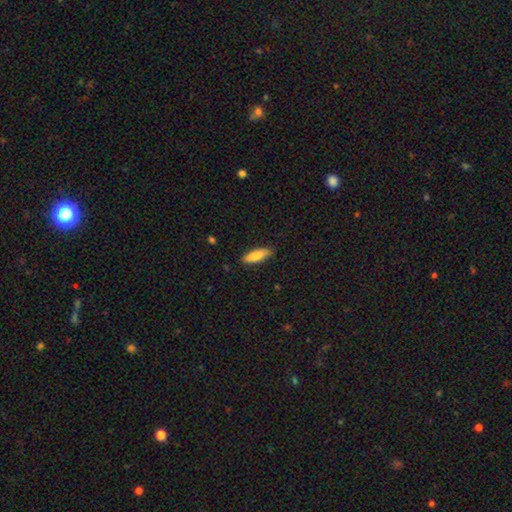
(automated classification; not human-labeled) Morphology: type=smooth (82%); roundness=in between (51%); merging=none (85%).